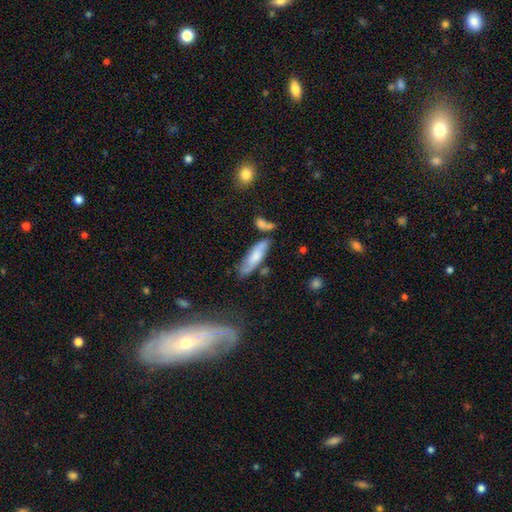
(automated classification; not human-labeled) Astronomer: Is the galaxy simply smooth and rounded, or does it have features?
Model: smooth — 58% (runner-up: featured or disk, 35%).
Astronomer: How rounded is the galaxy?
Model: cigar-shaped — 61% (runner-up: in between, 37%).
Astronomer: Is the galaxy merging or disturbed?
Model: none — 63%.